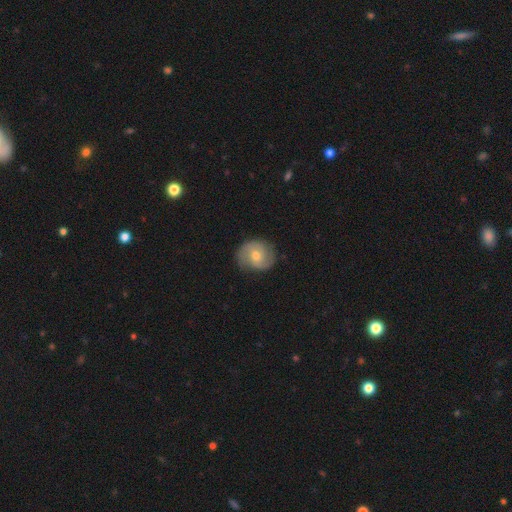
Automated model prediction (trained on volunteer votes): A featured or disk galaxy (68%) with no bar (58%), 2 (76%) medium (44%) spiral arms (91%) and a moderate central bulge (62%).

Vote fractions:
- Smooth or featured? featured or disk: 68% / smooth: 25% / star or artifact: 7%
- Edge-on disk? no: 97% / yes: 3%
- Bar? no: 58% / weak: 35% / strong: 6%
- Spiral arms? yes: 91% / no: 9%
- Spiral winding? medium: 44% / tight: 39% / loose: 17%
- Spiral arm count? 2: 76% / can't tell: 11% / 3: 6% / 1: 3% / 4: 2% / more than 4: 2%
- Bulge size? moderate: 62% / small: 33% / large: 3% / none: 1% / dominant: 1%
- Merging? none: 79% / minor disturbance: 15% / major disturbance: 4% / merger: 1%